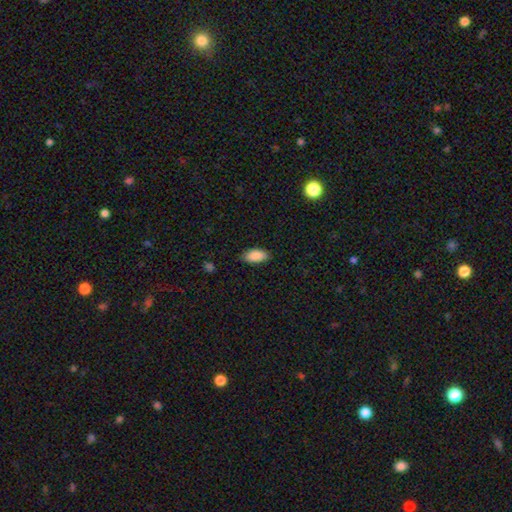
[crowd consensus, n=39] A smooth galaxy with no disk features (92%) that is in between round and cigar-shaped (92%). Merging: none (81%).